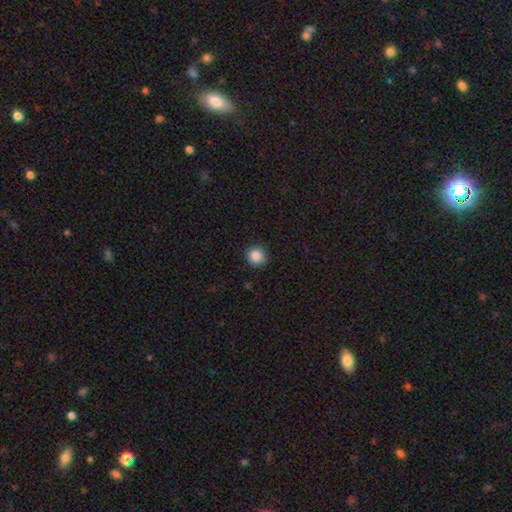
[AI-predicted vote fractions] A smooth galaxy with no disk features (87%) that is round (94%).

Vote fractions:
- Smooth or featured? smooth: 87% / star or artifact: 10% / featured or disk: 3%
- How rounded? round: 94% / in between: 5% / cigar-shaped: 1%
- Merging? none: 89% / minor disturbance: 8% / major disturbance: 2% / merger: 1%